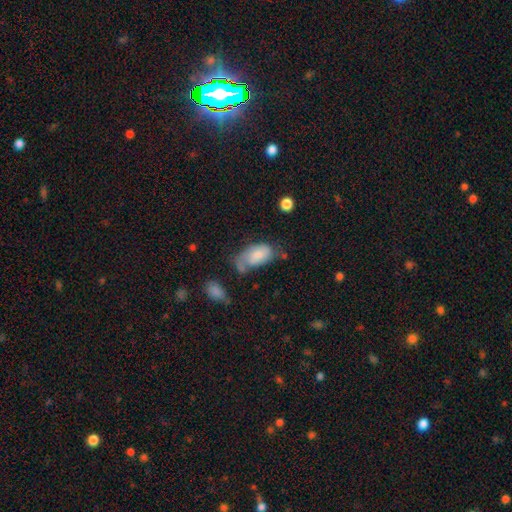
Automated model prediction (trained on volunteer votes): Smooth or featured: smooth — 61% (featured or disk — 31%)
How rounded: in between — 93% (round — 4%)
Merging: none — 35% (minor disturbance — 30%)